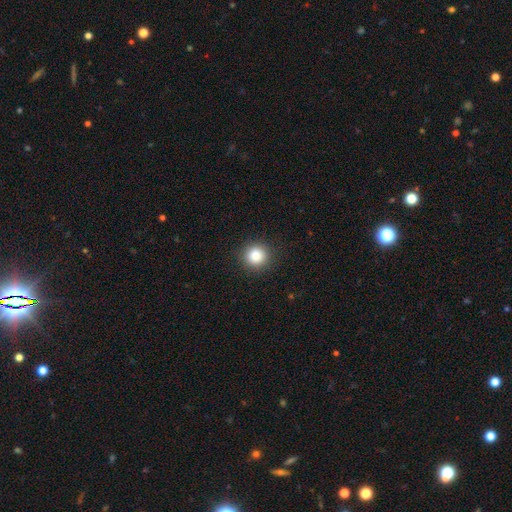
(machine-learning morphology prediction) Smooth or featured? smooth (86%)
How rounded? round (93%)
Merging? none (91%)